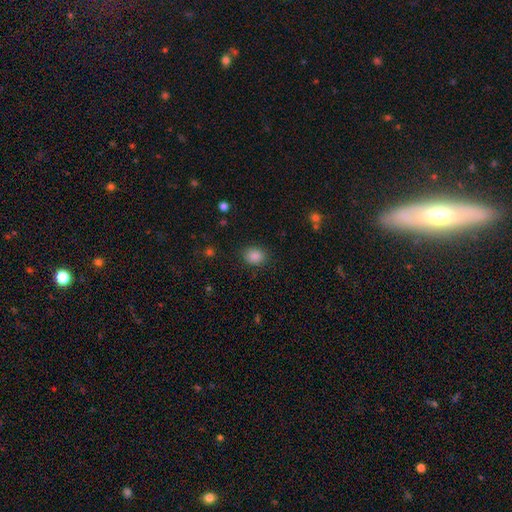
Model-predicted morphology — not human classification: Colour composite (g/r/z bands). It shows a smooth galaxy with no disk features (86%) that is round (56%). Merging: none (86%).